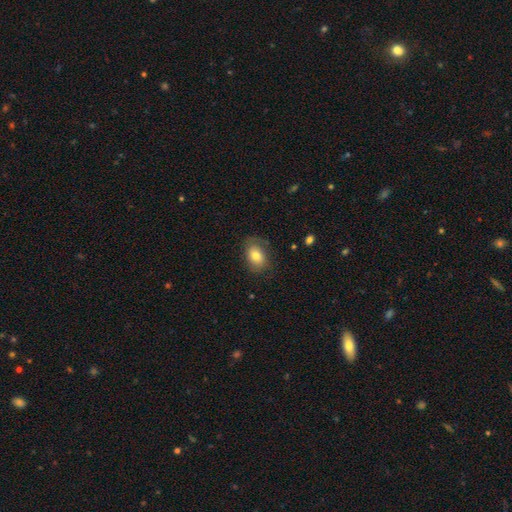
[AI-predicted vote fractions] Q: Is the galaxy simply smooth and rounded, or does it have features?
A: smooth — 76%.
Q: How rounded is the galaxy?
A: in between — 80%.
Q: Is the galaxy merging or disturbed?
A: none — 72%.